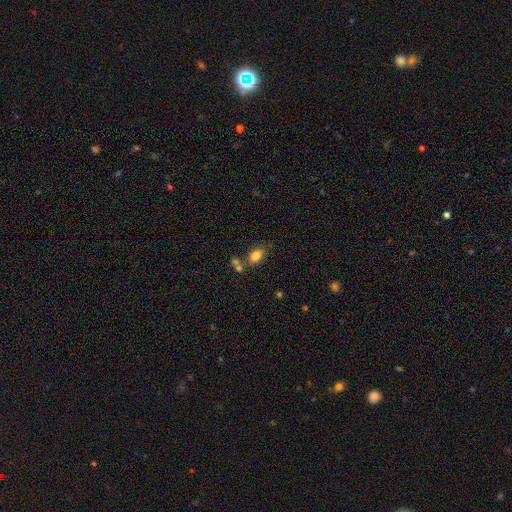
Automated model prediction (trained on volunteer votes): Q: Smooth or featured?
A: smooth (82%); runner-up: star or artifact (10%)
Q: How rounded?
A: in between (86%); runner-up: round (12%)
Q: Merging?
A: none (64%); runner-up: merger (19%)